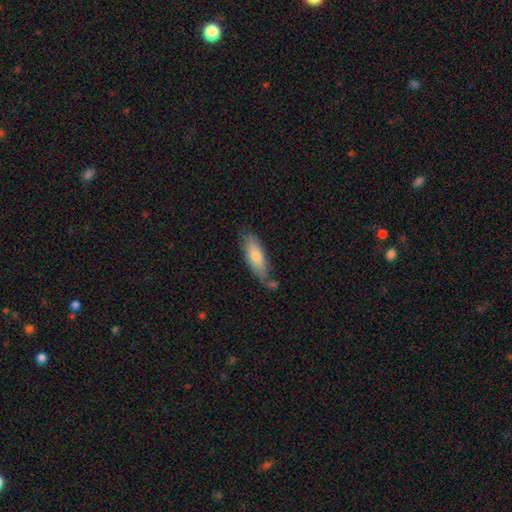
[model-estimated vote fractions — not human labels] This is likely a smooth galaxy (69%). How rounded: possibly in between (56%). Merging: likely none (61%).